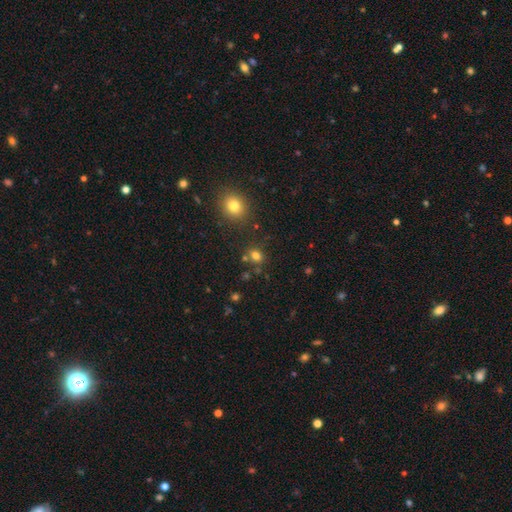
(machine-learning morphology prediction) type=smooth (76%); roundness=round (64%); merging=none (74%).